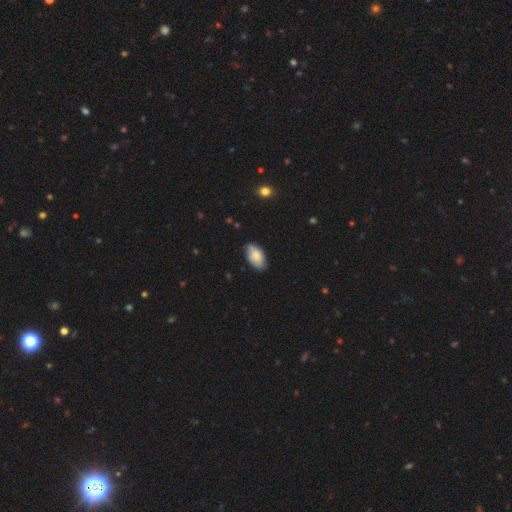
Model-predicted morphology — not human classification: Smooth or featured?
  - smooth: 80% *
  - featured or disk: 14%
  - star or artifact: 6%
How rounded?
  - in between: 95% *
  - round: 3%
  - cigar-shaped: 2%
Merging?
  - none: 77% *
  - minor disturbance: 19%
  - major disturbance: 3%
  - merger: 1%